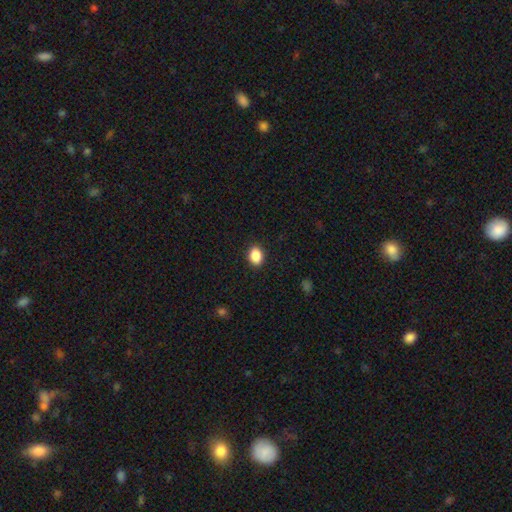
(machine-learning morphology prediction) The model was most divided on "how rounded": in between: 64%, round: 35%, cigar-shaped: 1%. More confident: merging — none (90%); smooth or featured — smooth (89%).